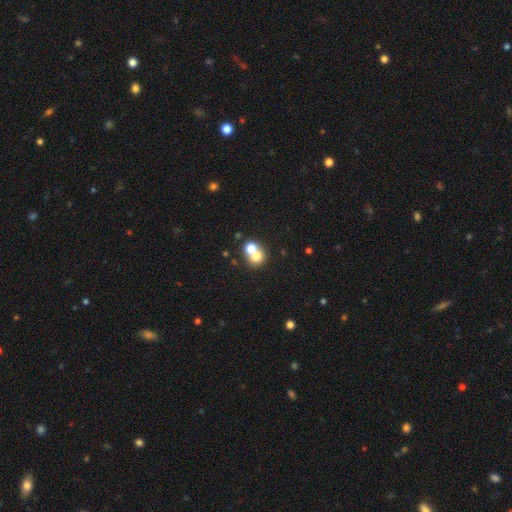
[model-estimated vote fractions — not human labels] Smooth or featured: smooth — 69% (featured or disk — 19%)
How rounded: round — 77% (in between — 22%)
Merging: merger — 59% (none — 33%)